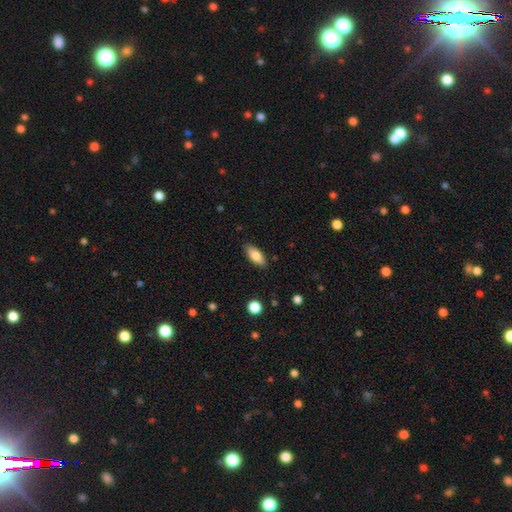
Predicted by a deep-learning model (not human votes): smooth_or_featured: smooth (p=0.80) [alt: featured or disk p=0.13]
how_rounded: in between (p=0.82) [alt: cigar-shaped p=0.16]
merging: none (p=0.87) [alt: minor disturbance p=0.10]